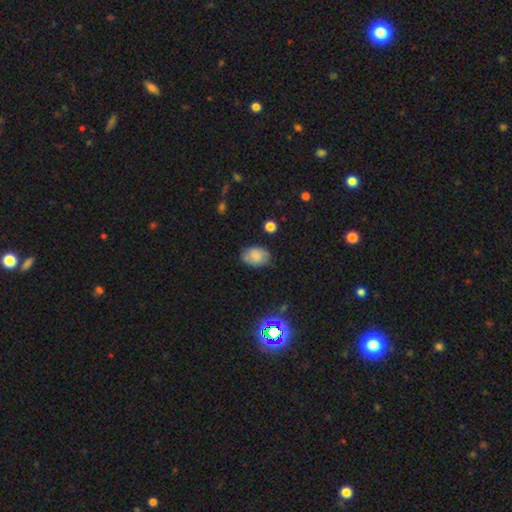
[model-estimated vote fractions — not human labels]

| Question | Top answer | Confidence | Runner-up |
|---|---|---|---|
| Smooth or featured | smooth | 77% | featured or disk (13%) |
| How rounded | in between | 81% | round (18%) |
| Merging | none | 73% | minor disturbance (21%) |